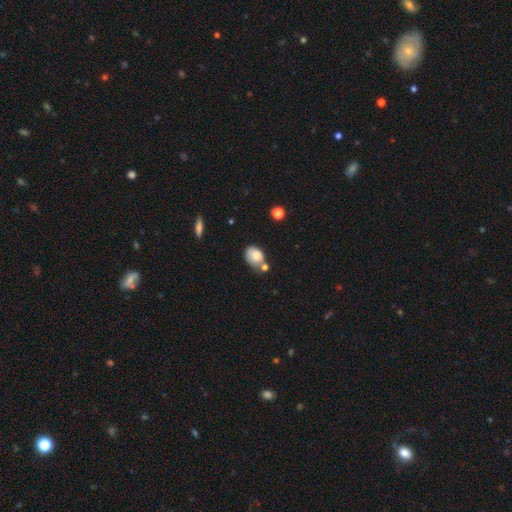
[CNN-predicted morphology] Smooth or featured? Predicted: smooth (p=0.80). How rounded? Predicted: in between (p=0.68). Merging? Predicted: none (p=0.45).